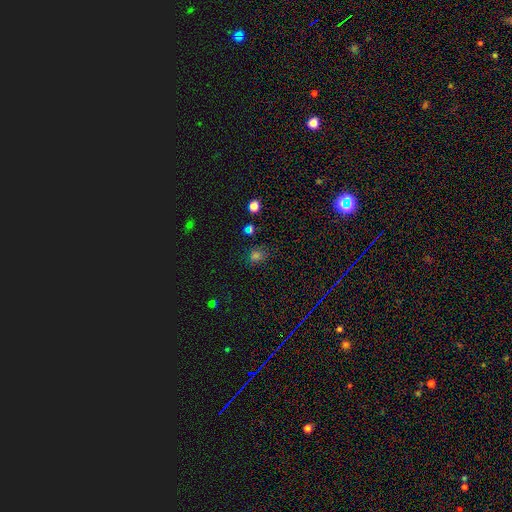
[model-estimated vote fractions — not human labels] Morphology: type=smooth (57%); roundness=round (75%); merging=none (78%).